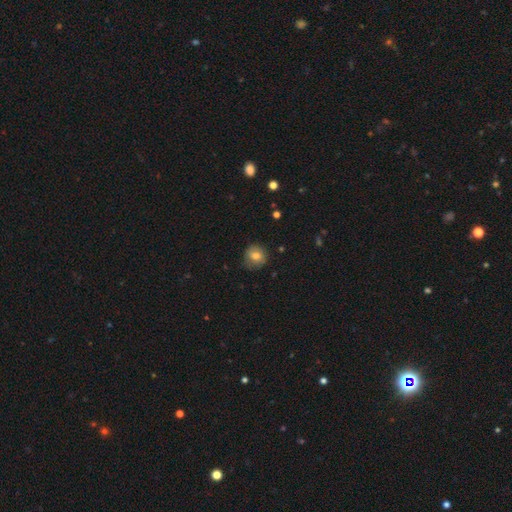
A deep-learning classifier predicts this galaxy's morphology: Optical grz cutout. It shows a smooth galaxy with no disk features (75%) that is round (83%). Merging: none (77%).